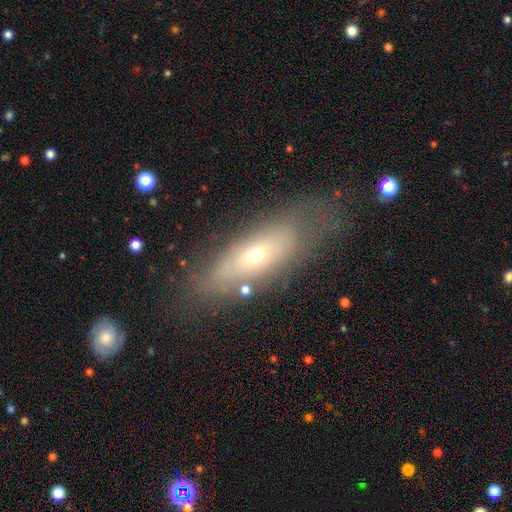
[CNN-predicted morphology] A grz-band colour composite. It shows a smooth galaxy with no disk features (46%). Merging: none (73%).